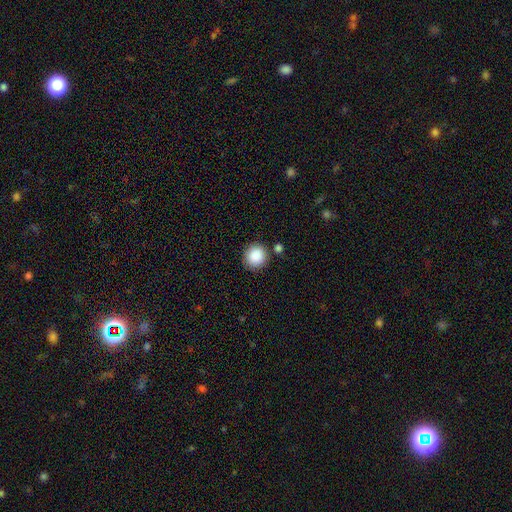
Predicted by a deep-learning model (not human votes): Morphology: type=smooth (88%); roundness=round (90%); merging=none (83%).